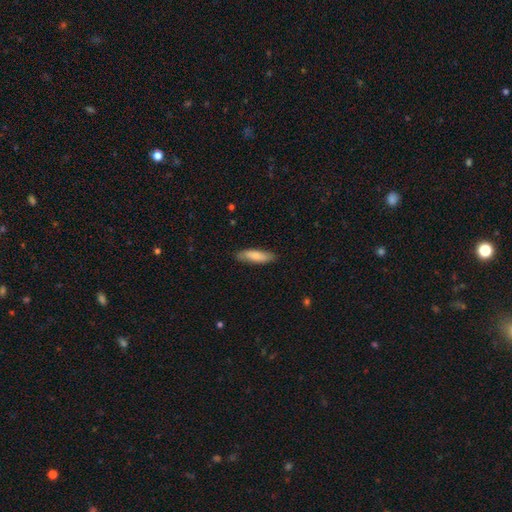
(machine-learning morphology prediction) smooth 79%, featured or disk 16%, star or artifact 5%. Down the decision tree: how rounded — cigar-shaped (60%); merging — none (84%).